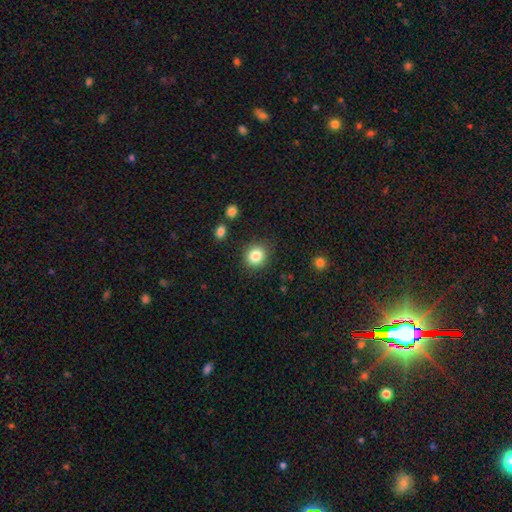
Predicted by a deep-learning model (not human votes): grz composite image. It shows a smooth galaxy with no disk features (84%) that is round (79%). Merging: none (87%).